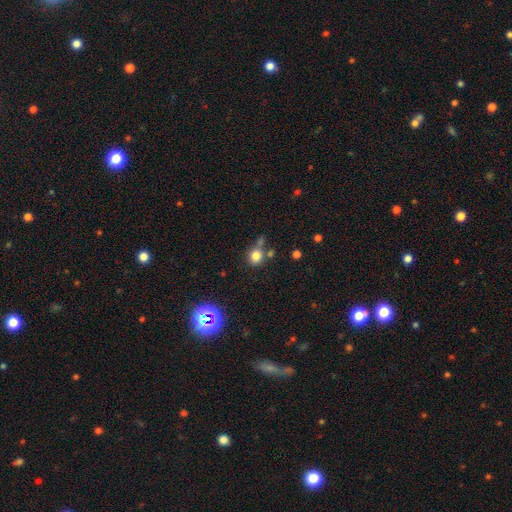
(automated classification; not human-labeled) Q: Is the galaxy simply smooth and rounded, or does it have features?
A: smooth — 79%.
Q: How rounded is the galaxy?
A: round — 83%.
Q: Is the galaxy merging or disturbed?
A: none — 62%.